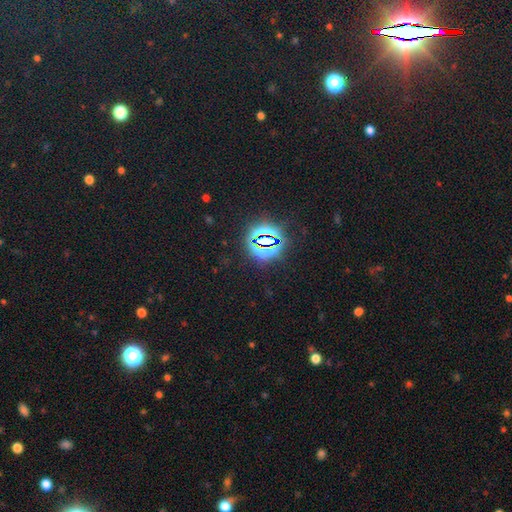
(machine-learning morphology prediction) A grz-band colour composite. It shows a star or artifact, not a galaxy (84%).